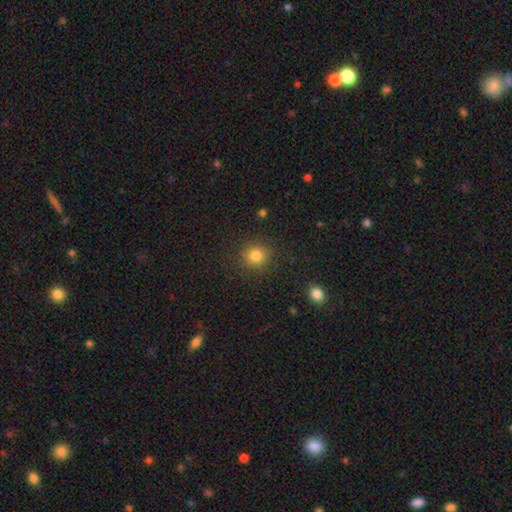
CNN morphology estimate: Smooth or featured: smooth — 82% (star or artifact — 12%)
How rounded: round — 91% (in between — 8%)
Merging: none — 88% (minor disturbance — 7%)